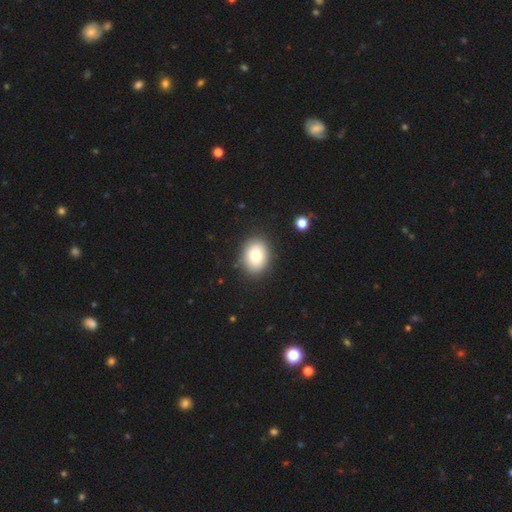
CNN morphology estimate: smooth-or-featured: smooth: 81% | featured or disk: 10% | star or artifact: 8%
  how-rounded: in between: 65% | round: 34% | cigar-shaped: 1%
  merging: none: 87% | minor disturbance: 9% | major disturbance: 3% | merger: 2%